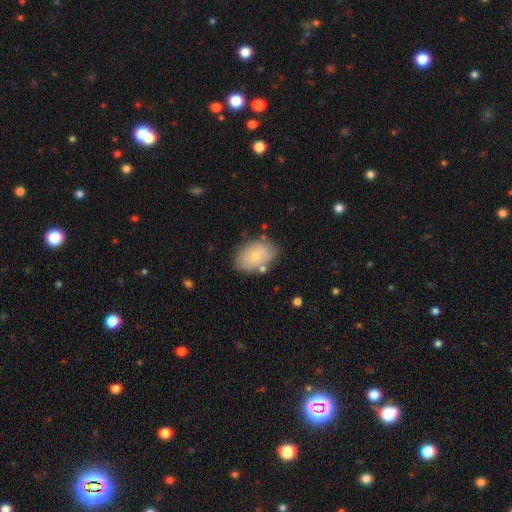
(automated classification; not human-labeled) Morphology: type=smooth (74%); roundness=in between (85%); merging=none (74%).